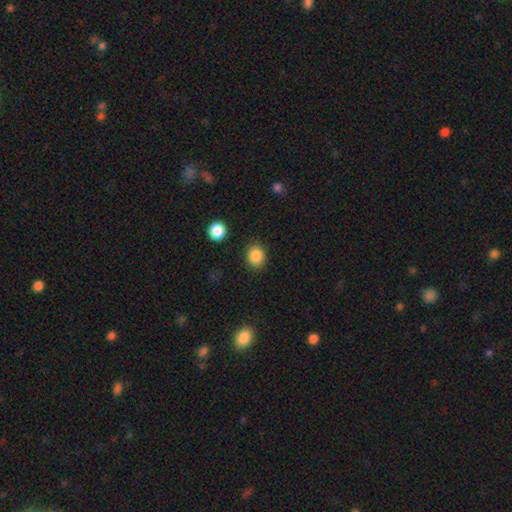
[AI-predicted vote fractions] smooth_or_featured: smooth (p=0.87) [alt: star or artifact p=0.10]
how_rounded: round (p=0.55) [alt: in between p=0.44]
merging: none (p=0.86) [alt: minor disturbance p=0.09]